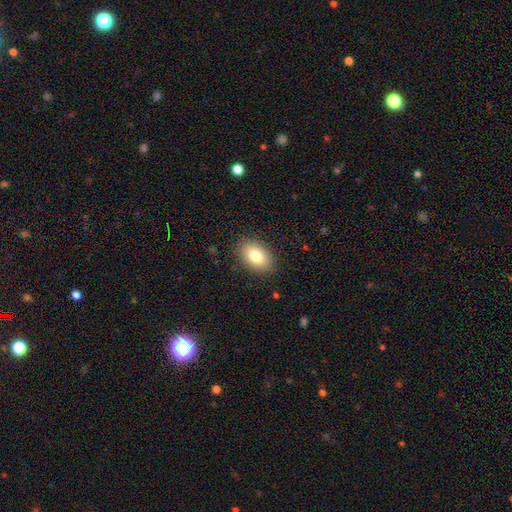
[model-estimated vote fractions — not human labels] Smooth or featured?
  - smooth: 81% *
  - featured or disk: 11%
  - star or artifact: 8%
How rounded?
  - in between: 89% *
  - round: 10%
  - cigar-shaped: 1%
Merging?
  - none: 87% *
  - minor disturbance: 10%
  - major disturbance: 3%
  - merger: 1%